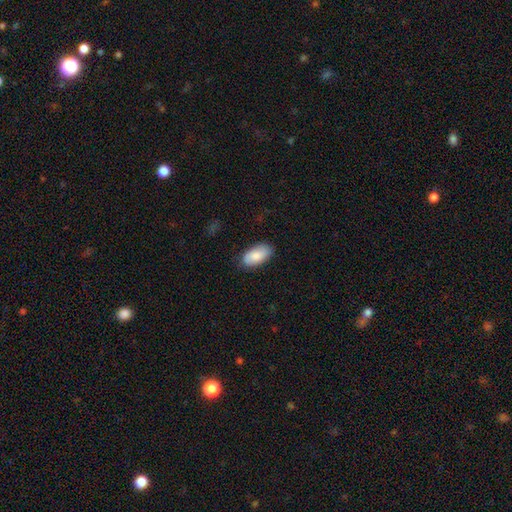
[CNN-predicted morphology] smooth-or-featured: smooth: 81% | featured or disk: 13% | star or artifact: 6%
  how-rounded: in between: 94% | cigar-shaped: 3% | round: 3%
  merging: none: 80% | minor disturbance: 16% | major disturbance: 3% | merger: 1%